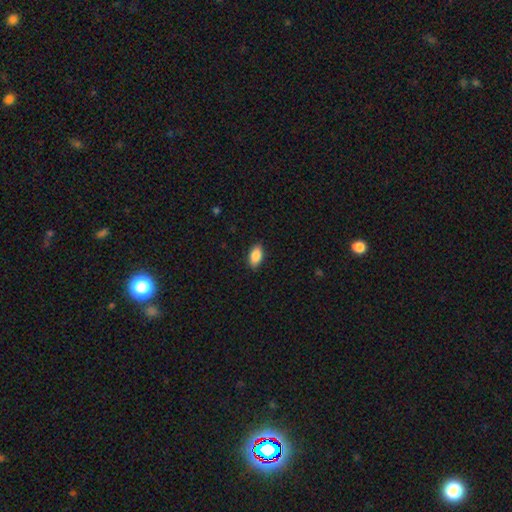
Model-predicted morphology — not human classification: Smooth or featured? Predicted: smooth (p=0.87). How rounded? Predicted: in between (p=0.91). Merging? Predicted: none (p=0.89).